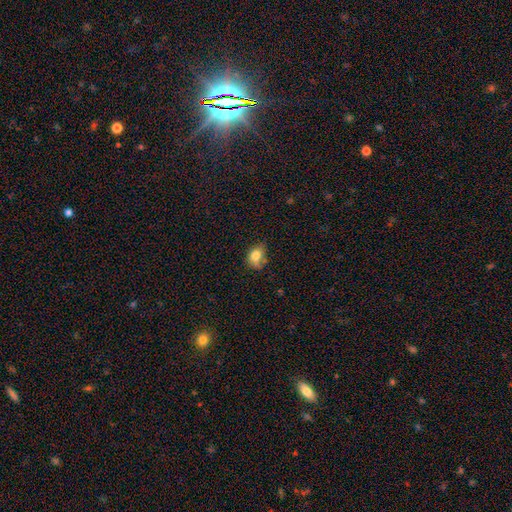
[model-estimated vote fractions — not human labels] Overall: smooth (79%). How rounded: in between (66%; round 33%). Merging: none (47%; minor disturbance 33%).